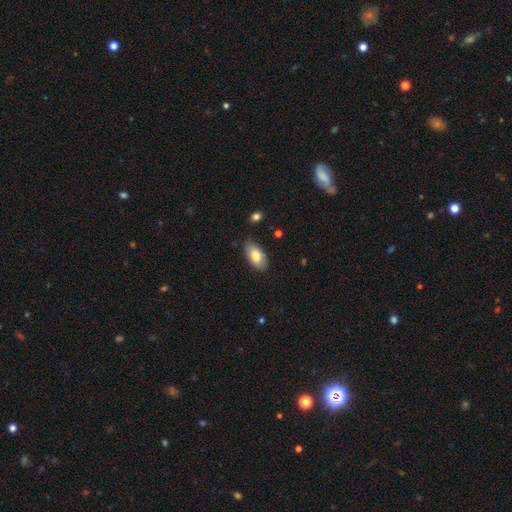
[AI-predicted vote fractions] smooth-or-featured: smooth: 83% | featured or disk: 12% | star or artifact: 6%
  how-rounded: in between: 93% | cigar-shaped: 5% | round: 2%
  merging: none: 82% | minor disturbance: 14% | major disturbance: 3% | merger: 1%